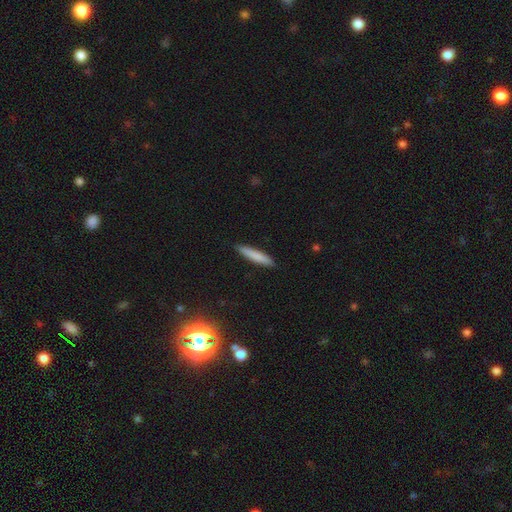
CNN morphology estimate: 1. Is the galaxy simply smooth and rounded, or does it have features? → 80% smooth, 15% featured or disk, 6% star or artifact.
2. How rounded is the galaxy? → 92% cigar-shaped, 7% in between, 1% round.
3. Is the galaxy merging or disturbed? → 90% none, 7% minor disturbance, 1% major disturbance, 1% merger.